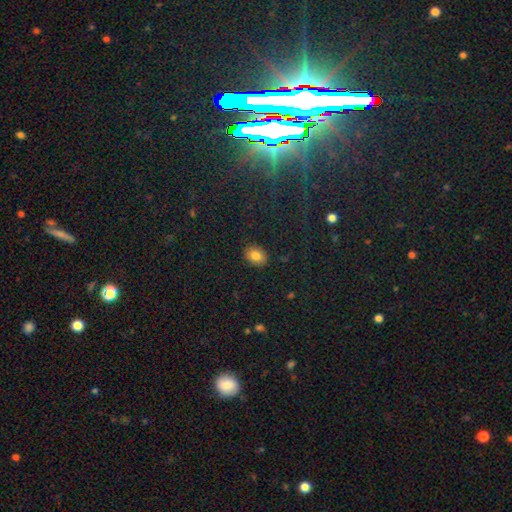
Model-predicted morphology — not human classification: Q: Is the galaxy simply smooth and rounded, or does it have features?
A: smooth — 82%.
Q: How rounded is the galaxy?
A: in between — 64%.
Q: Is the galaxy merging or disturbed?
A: none — 88%.